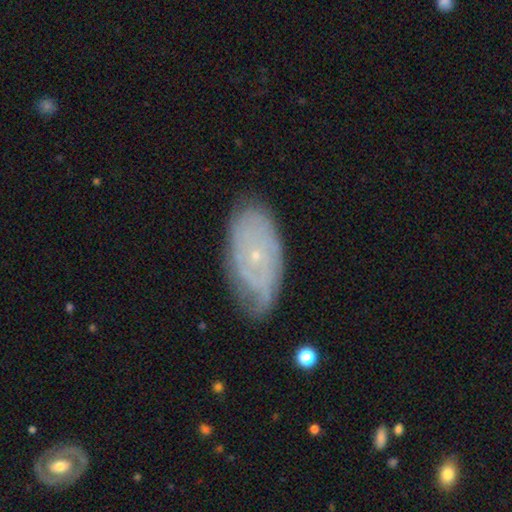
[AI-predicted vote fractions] Smooth or featured?
  - featured or disk: 68% *
  - smooth: 24%
  - star or artifact: 8%
Edge-on disk?
  - no: 93% *
  - yes: 7%
Bar?
  - no: 85% *
  - weak: 12%
  - strong: 2%
Spiral arms?
  - yes: 76% *
  - no: 24%
Bulge size?
  - small: 85% *
  - moderate: 12%
  - none: 2%
  - large: 1%
  - dominant: 1%
Merging?
  - none: 63% *
  - minor disturbance: 28%
  - major disturbance: 7%
  - merger: 2%